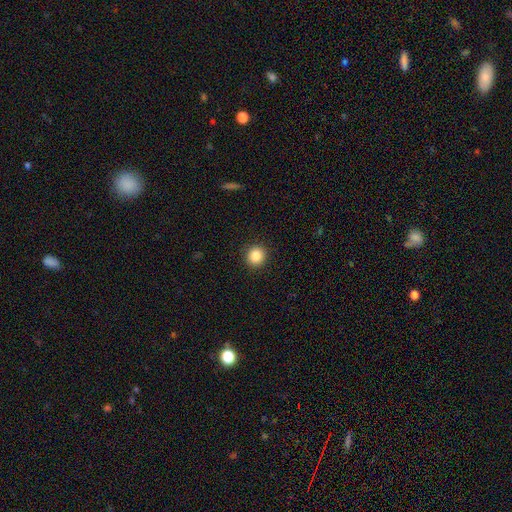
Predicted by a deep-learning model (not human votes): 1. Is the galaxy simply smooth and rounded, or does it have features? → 86% smooth, 10% star or artifact, 4% featured or disk.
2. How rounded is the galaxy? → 92% round, 7% in between, 1% cigar-shaped.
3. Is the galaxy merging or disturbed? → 92% none, 5% minor disturbance, 2% major disturbance, 1% merger.